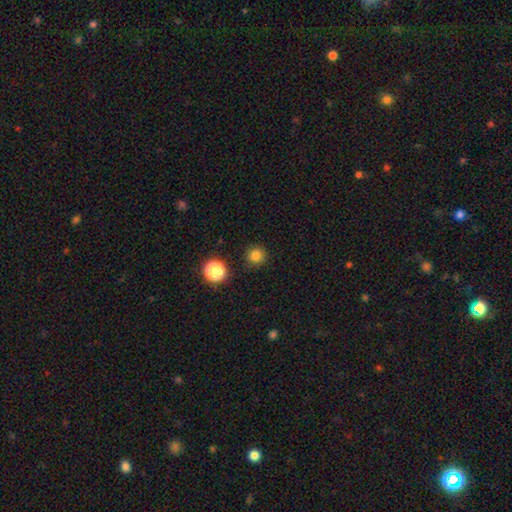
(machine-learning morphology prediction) Smooth or featured?
  - smooth: 81% *
  - star or artifact: 14%
  - featured or disk: 5%
How rounded?
  - round: 94% *
  - in between: 5%
  - cigar-shaped: 1%
Merging?
  - none: 90% *
  - minor disturbance: 6%
  - major disturbance: 2%
  - merger: 2%